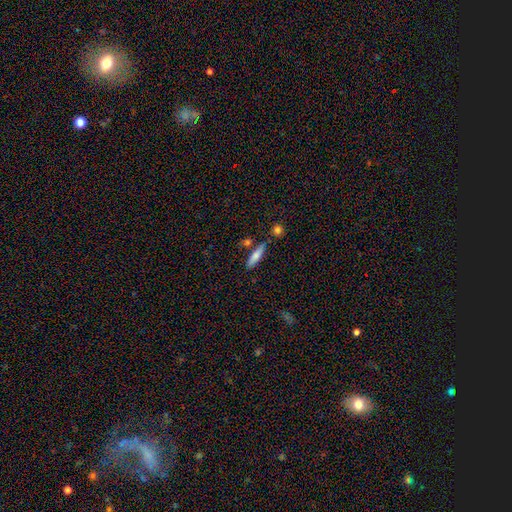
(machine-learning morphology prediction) Smooth or featured? smooth (72%)
How rounded? cigar-shaped (75%)
Merging? none (75%)